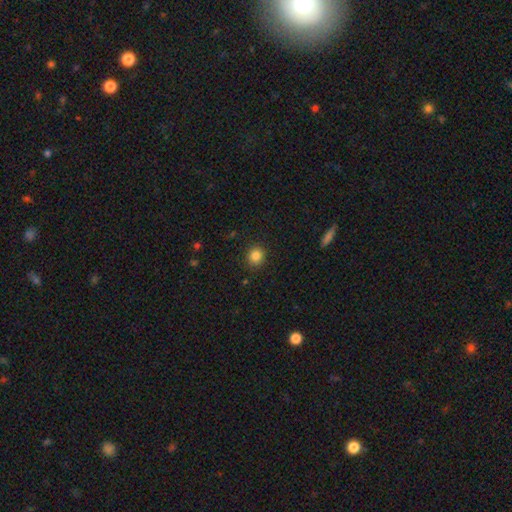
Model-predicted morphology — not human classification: A smooth galaxy with no disk features (85%) that is round (83%). Merging: none (89%).